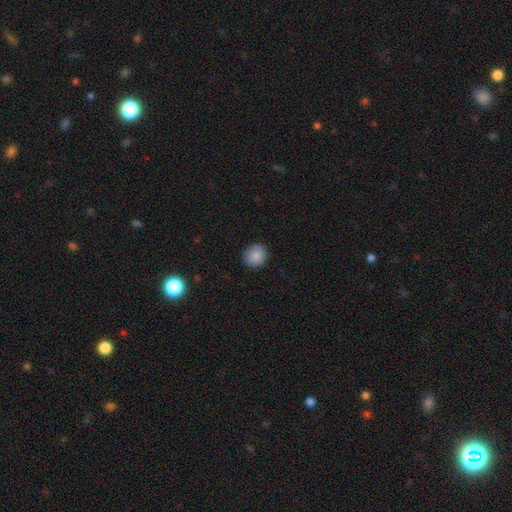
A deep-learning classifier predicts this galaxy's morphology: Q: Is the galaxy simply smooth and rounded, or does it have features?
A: smooth — 88%.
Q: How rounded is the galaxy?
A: round — 81%.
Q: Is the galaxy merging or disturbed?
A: none — 89%.